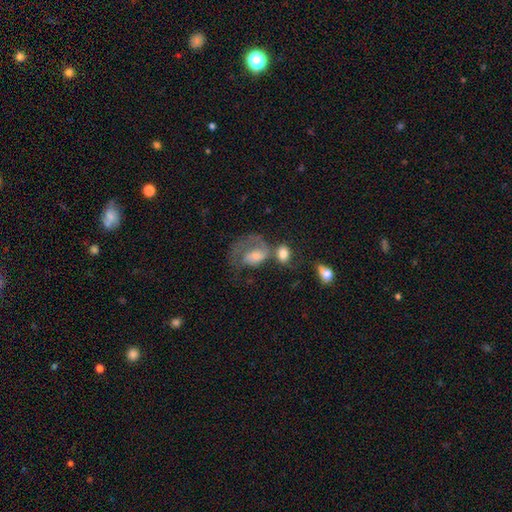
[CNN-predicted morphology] Smooth or featured? featured or disk (63%)
Edge-on disk? no (97%)
Bar? no (62%)
Spiral arms? yes (78%)
Bulge size? moderate (42%)
Merging? merger (30%, tied with major disturbance)